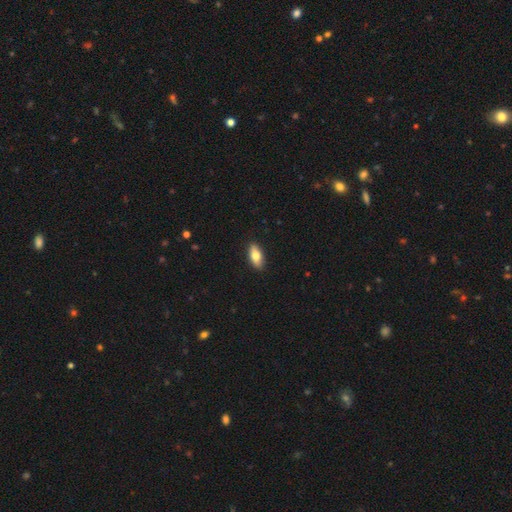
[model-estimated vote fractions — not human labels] Morphology: type=smooth (73%); roundness=in between (83%); merging=none (89%).